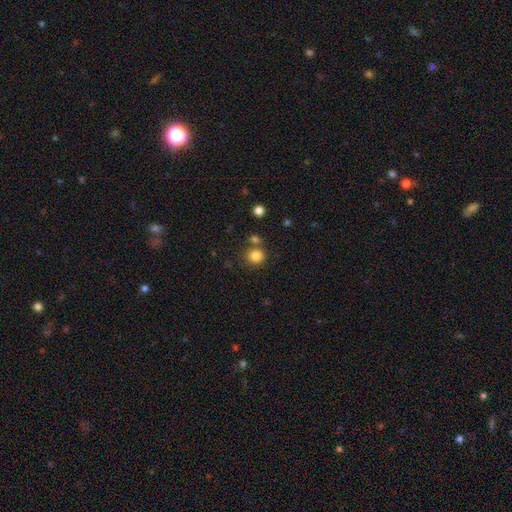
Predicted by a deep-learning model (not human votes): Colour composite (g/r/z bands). It shows a smooth galaxy with no disk features (83%) that is round (89%). Merging: none (74%).